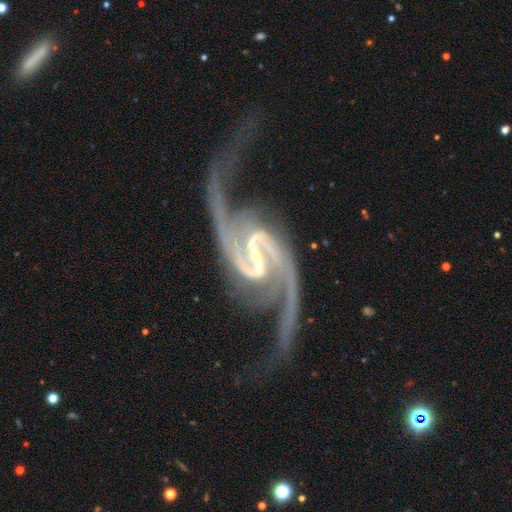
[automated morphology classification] smooth_or_featured: featured or disk (p=0.94) [alt: star or artifact p=0.04]
disk_edge_on: no (p=0.98) [alt: yes p=0.02]
bar: strong (p=0.56) [alt: weak p=0.33]
has_spiral_arms: yes (p=0.98) [alt: no p=0.02]
spiral_winding: loose (p=0.63) [alt: medium p=0.28]
spiral_arm_count: 2 (p=0.93) [alt: can't tell p=0.01]
bulge_size: small (p=0.49) [alt: none p=0.30]
merging: none (p=0.49) [alt: major disturbance p=0.29]